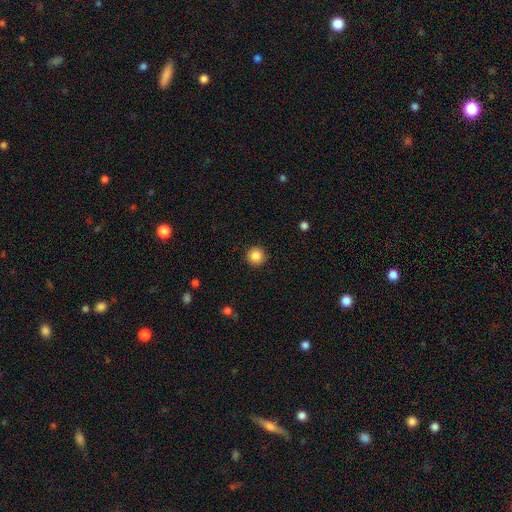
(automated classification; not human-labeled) smooth-or-featured: smooth: 86% | star or artifact: 10% | featured or disk: 4%
  how-rounded: round: 96% | in between: 3% | cigar-shaped: 1%
  merging: none: 92% | minor disturbance: 5% | major disturbance: 2% | merger: 1%